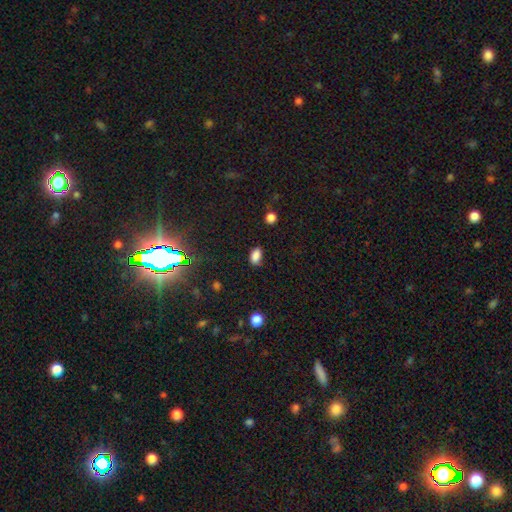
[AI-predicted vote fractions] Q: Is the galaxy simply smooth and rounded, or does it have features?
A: smooth — 84%.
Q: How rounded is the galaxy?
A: in between — 89%.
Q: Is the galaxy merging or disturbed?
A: none — 80%.